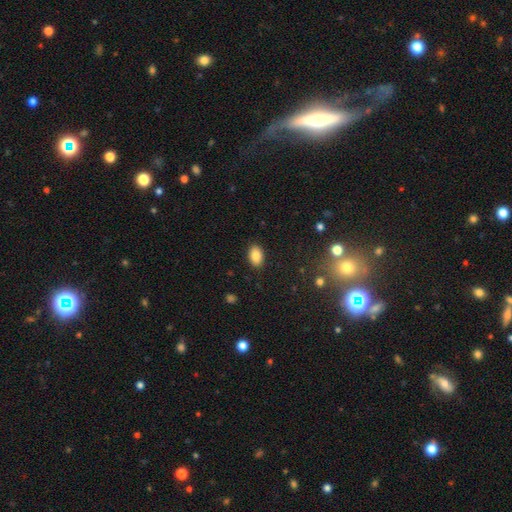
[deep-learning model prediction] Morphology: type=smooth (85%); roundness=in between (88%); merging=none (88%).